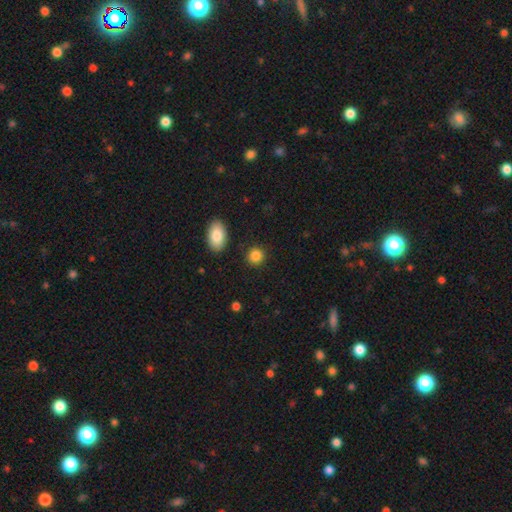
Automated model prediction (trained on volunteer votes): This is clearly a smooth galaxy (87%). How rounded: clearly round (83%). Merging: clearly none (89%).